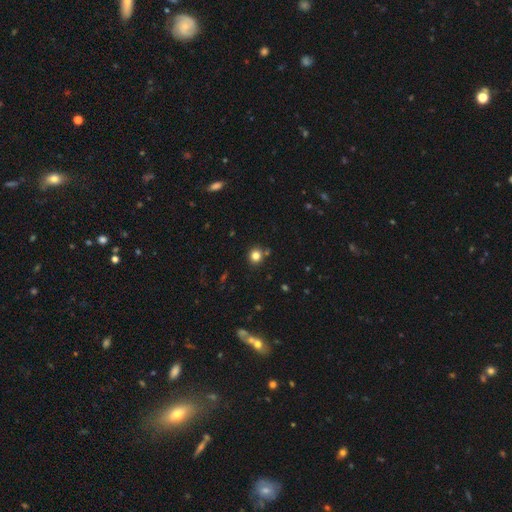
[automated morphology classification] The model was most divided on "smooth or featured": smooth: 80%, star or artifact: 14%, featured or disk: 6%. More confident: how rounded — round (88%); merging — none (83%).